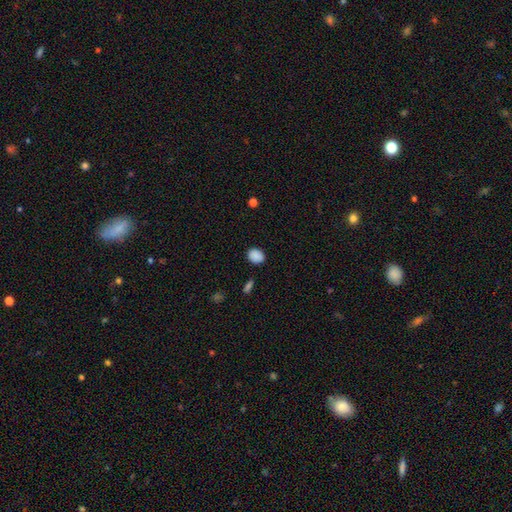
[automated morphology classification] A smooth galaxy with no disk features (88%) that is round (49%, tied with in between). Merging: none (84%).